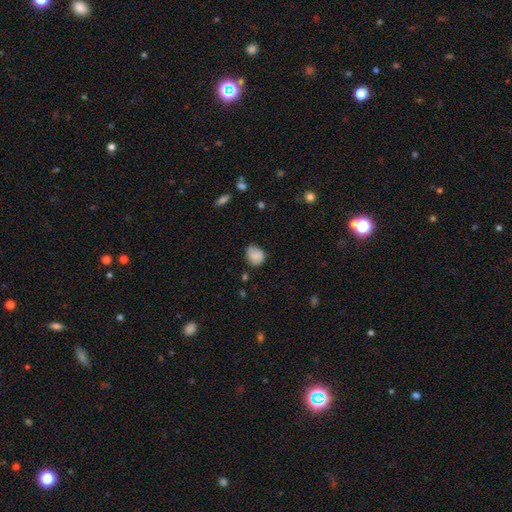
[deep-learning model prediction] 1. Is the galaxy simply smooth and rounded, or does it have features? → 82% smooth, 9% featured or disk, 8% star or artifact.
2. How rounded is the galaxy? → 63% round, 36% in between, 1% cigar-shaped.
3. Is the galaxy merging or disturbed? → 65% none, 28% minor disturbance, 5% major disturbance, 2% merger.